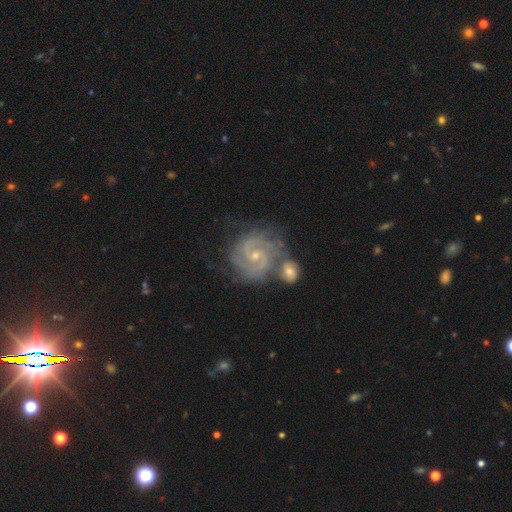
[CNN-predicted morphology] smooth_or_featured: featured or disk (p=0.87) [alt: smooth p=0.07]
disk_edge_on: no (p=0.98) [alt: yes p=0.02]
bar: no (p=0.48) [alt: weak p=0.41]
has_spiral_arms: yes (p=0.97) [alt: no p=0.03]
spiral_winding: tight (p=0.64) [alt: medium p=0.30]
spiral_arm_count: 2 (p=0.51) [alt: 3 p=0.20]
bulge_size: small (p=0.63) [alt: moderate p=0.33]
merging: none (p=0.53) [alt: merger p=0.27]